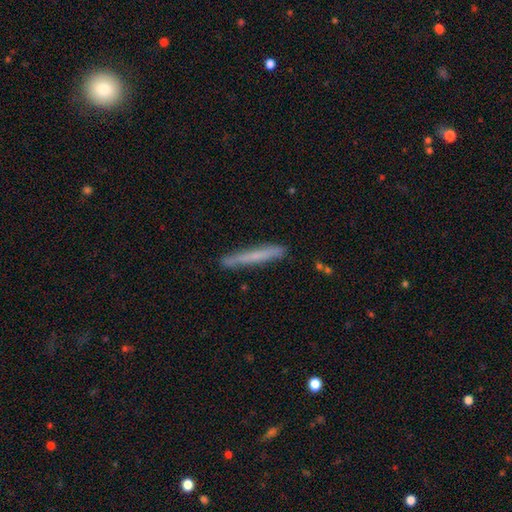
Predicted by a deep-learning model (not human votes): Overall: smooth (58%; featured or disk 35%). How rounded: cigar-shaped (96%). Merging: none (86%).